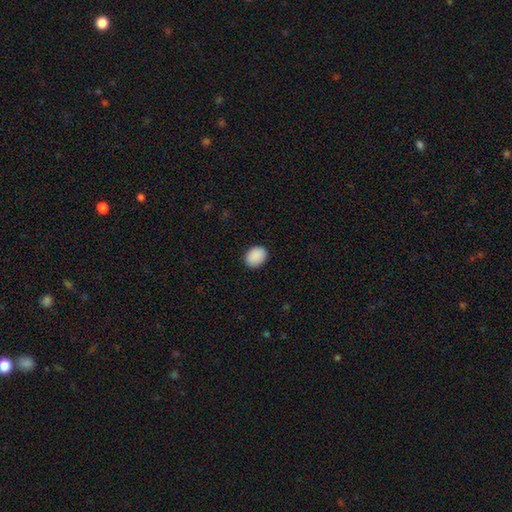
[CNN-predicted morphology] This appears to be a smooth galaxy with no disk features (91%) that is in between round and cigar-shaped (62%). Merging: none (89%).